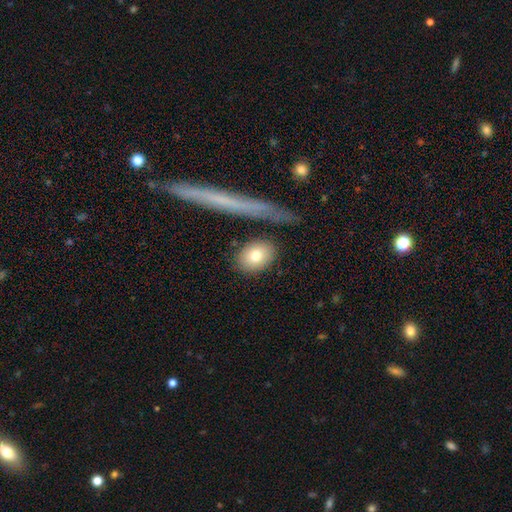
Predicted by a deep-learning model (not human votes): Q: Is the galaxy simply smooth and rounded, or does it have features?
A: smooth — 77%.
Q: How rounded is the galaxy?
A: in between — 56%.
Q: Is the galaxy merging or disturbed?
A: none — 80%.